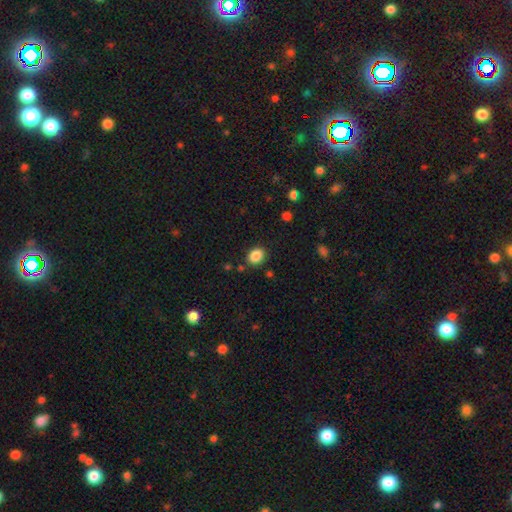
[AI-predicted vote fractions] A smooth galaxy with no disk features (86%) that is in between round and cigar-shaped (57%).

Vote fractions:
- Smooth or featured? smooth: 86% / star or artifact: 10% / featured or disk: 4%
- How rounded? in between: 57% / round: 42% / cigar-shaped: 1%
- Merging? none: 84% / minor disturbance: 10% / major disturbance: 3% / merger: 3%